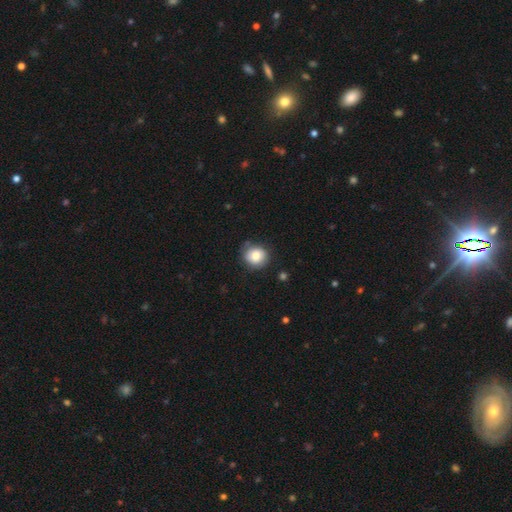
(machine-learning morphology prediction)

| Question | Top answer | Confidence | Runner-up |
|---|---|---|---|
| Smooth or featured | smooth | 80% | featured or disk (11%) |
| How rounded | round | 83% | in between (17%) |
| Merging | none | 77% | minor disturbance (17%) |